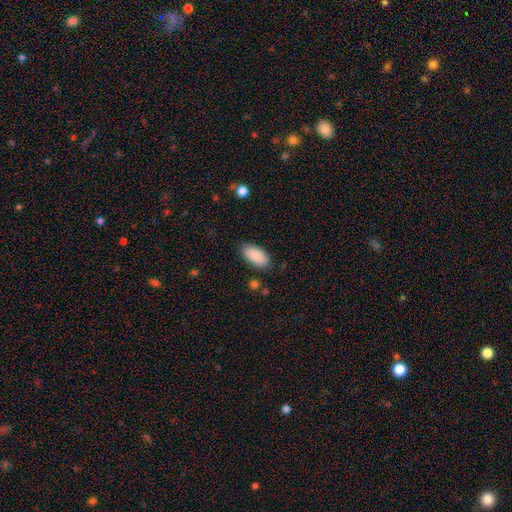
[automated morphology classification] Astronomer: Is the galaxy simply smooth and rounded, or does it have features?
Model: smooth — 89%.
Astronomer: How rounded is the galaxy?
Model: in between — 91%.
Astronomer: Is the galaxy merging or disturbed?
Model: none — 84%.